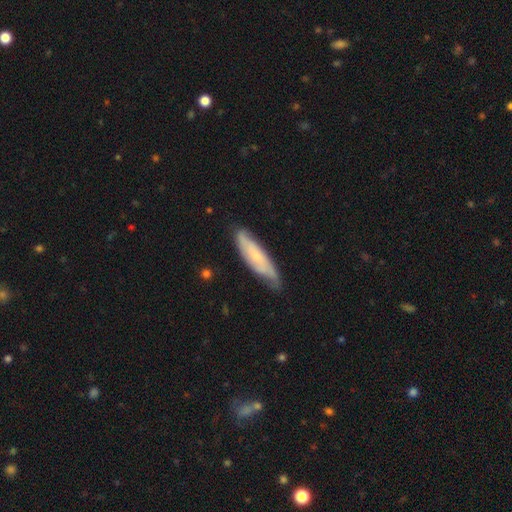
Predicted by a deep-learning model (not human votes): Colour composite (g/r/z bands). It shows a featured or disk galaxy (52%). Merging: none (71%).